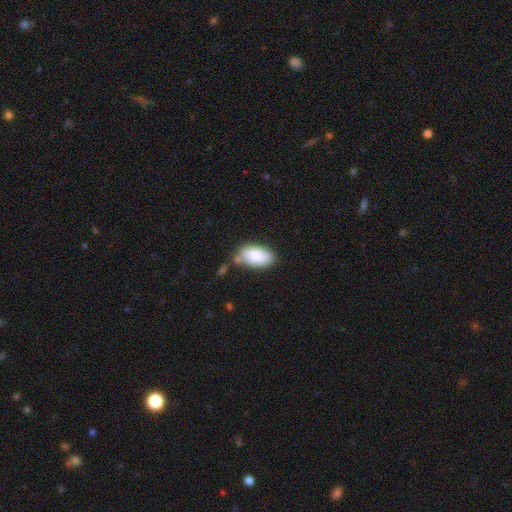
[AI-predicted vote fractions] Q: Smooth or featured?
A: smooth (84%); runner-up: featured or disk (10%)
Q: How rounded?
A: in between (95%); runner-up: round (3%)
Q: Merging?
A: none (66%); runner-up: minor disturbance (19%)